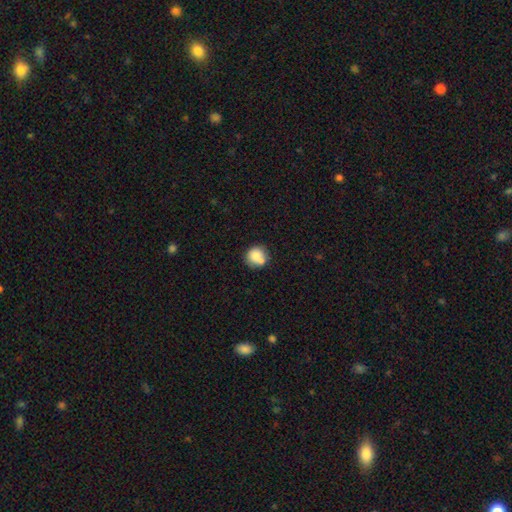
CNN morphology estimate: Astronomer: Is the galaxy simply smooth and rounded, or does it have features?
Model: smooth — 80%.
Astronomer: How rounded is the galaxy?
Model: round — 90%.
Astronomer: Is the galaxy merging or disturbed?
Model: none — 61%.